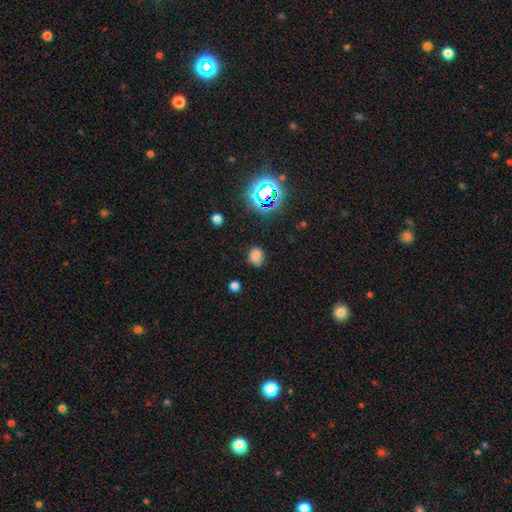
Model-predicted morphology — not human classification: A smooth galaxy with no disk features (73%) that is round (58%). Merging: none (74%).